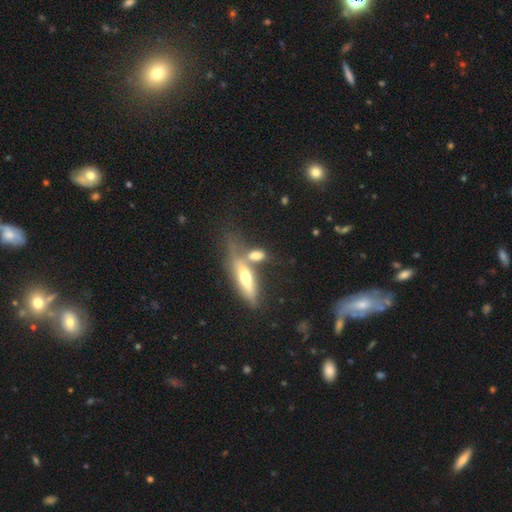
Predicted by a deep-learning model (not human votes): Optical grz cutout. It shows a smooth galaxy with no disk features (56%) that is in between round and cigar-shaped (60%). Merging: merger (45%).